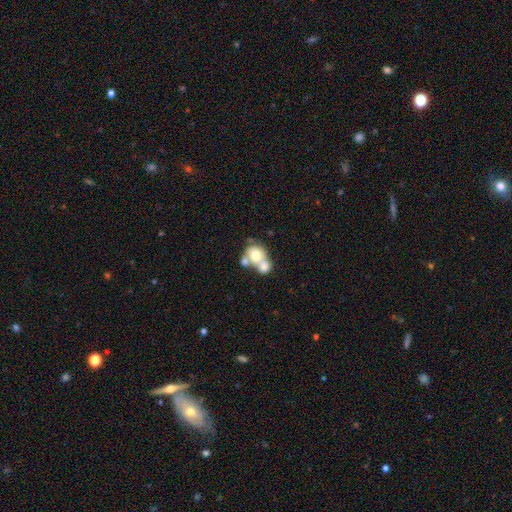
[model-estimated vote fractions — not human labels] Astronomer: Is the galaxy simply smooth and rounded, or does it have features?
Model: smooth — 62%.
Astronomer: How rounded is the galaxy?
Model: round — 62% (runner-up: in between, 37%).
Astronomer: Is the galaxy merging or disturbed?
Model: merger — 68%.